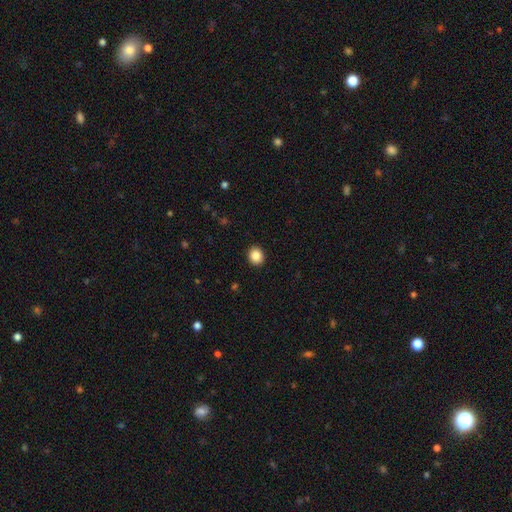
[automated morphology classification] Smooth or featured: smooth — 86% (star or artifact — 10%)
How rounded: round — 73% (in between — 26%)
Merging: none — 92% (minor disturbance — 5%)